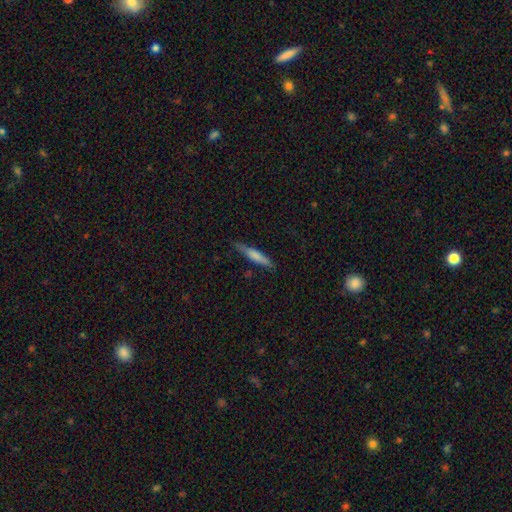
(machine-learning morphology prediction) smooth_or_featured: smooth (p=0.66) [alt: featured or disk p=0.28]
how_rounded: cigar-shaped (p=0.91) [alt: in between p=0.08]
merging: none (p=0.81) [alt: minor disturbance p=0.15]